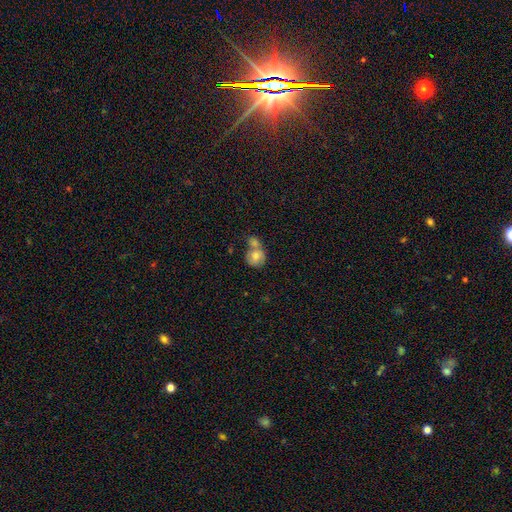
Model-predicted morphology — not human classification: A smooth galaxy with no disk features (69%) that is round (76%). Merging: merger (57%).